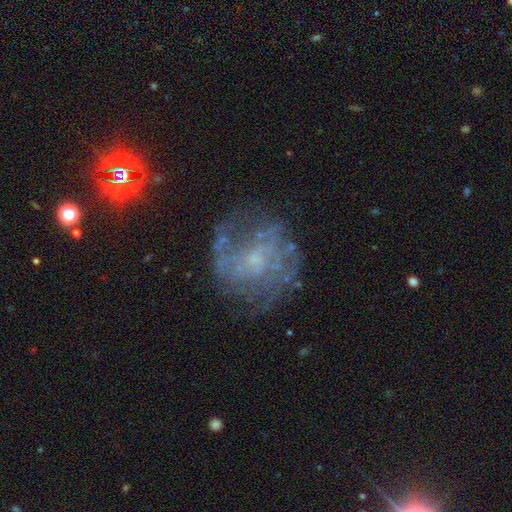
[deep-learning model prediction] Overall: featured or disk (72%). Edge-on disk: no (97%). Bar: no (62%; weak 32%). Spiral arms: yes (80%). Spiral arm count: can't tell (45%; 2 25%). Spiral winding: tight (41%, tied with medium). Bulge size: small (58%; none 20%). Merging: none (67%).